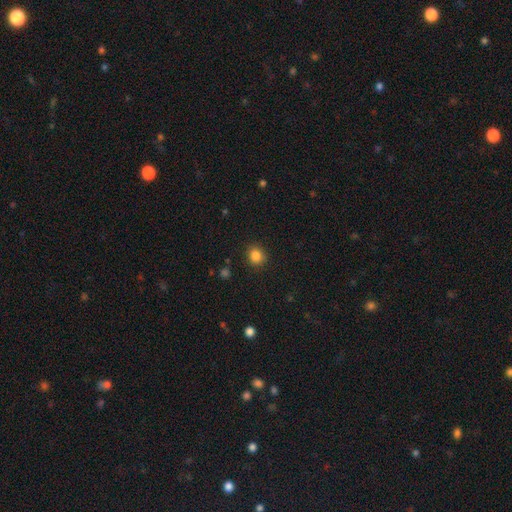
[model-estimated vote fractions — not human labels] smooth_or_featured: smooth (p=0.85) [alt: star or artifact p=0.11]
how_rounded: round (p=0.81) [alt: in between p=0.19]
merging: none (p=0.87) [alt: minor disturbance p=0.09]